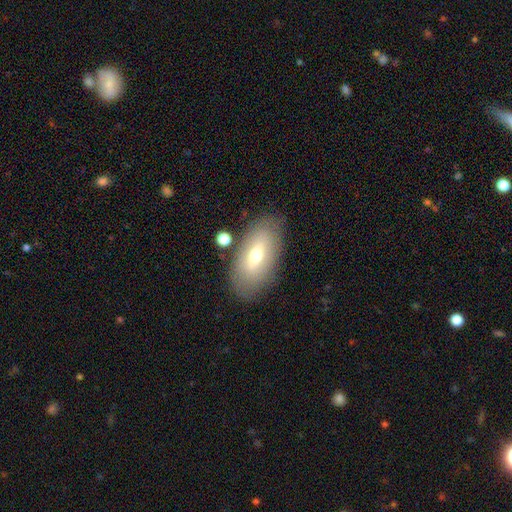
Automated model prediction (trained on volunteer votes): A smooth galaxy with no disk features (55%) that is in between round and cigar-shaped (87%). Merging: none (80%).